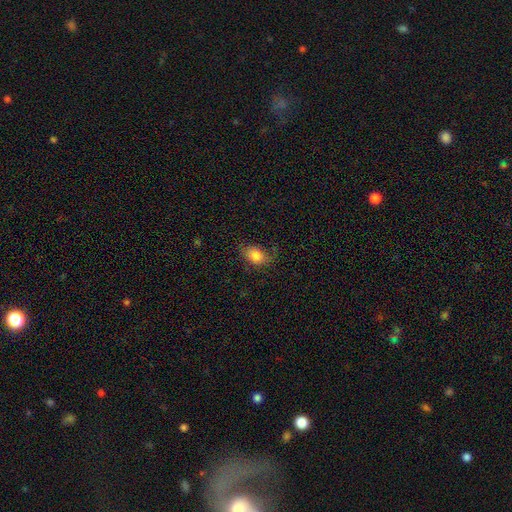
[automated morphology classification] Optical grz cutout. It shows a smooth galaxy with no disk features (81%) that is in between round and cigar-shaped (81%). Merging: none (65%).